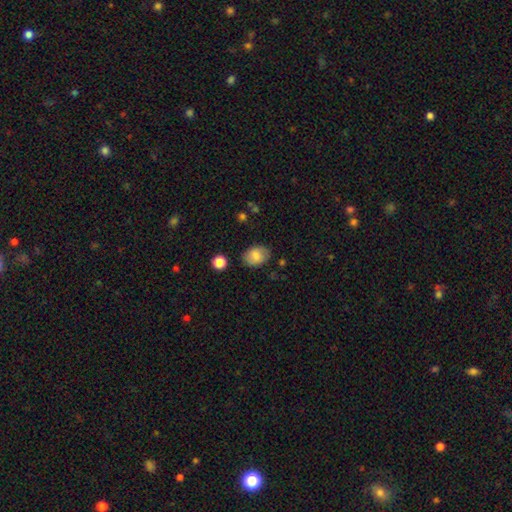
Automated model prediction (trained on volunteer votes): smooth_or_featured: smooth (p=0.80) [alt: featured or disk p=0.12]
how_rounded: in between (p=0.74) [alt: round p=0.25]
merging: none (p=0.82) [alt: minor disturbance p=0.13]